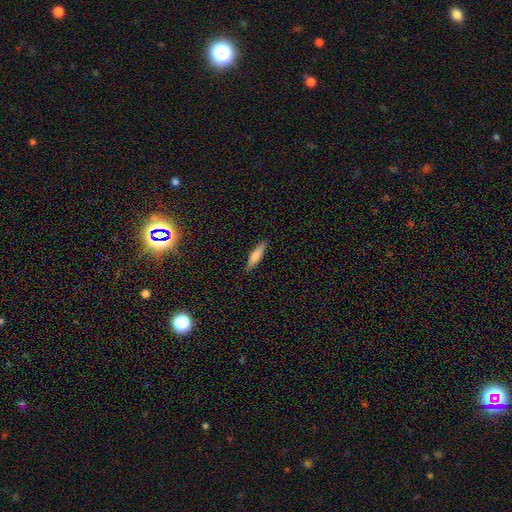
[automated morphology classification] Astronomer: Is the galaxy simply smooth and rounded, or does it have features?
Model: smooth — 72%.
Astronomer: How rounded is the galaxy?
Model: cigar-shaped — 74%.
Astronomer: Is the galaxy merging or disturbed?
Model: none — 88%.